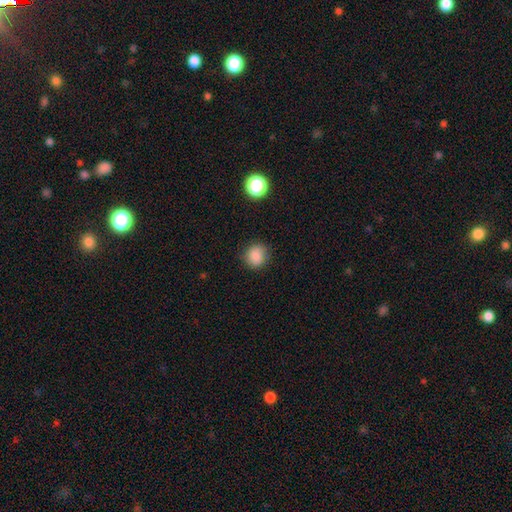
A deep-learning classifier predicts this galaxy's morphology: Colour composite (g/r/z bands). It shows a smooth galaxy with no disk features (85%) that is round (81%). Merging: none (81%).